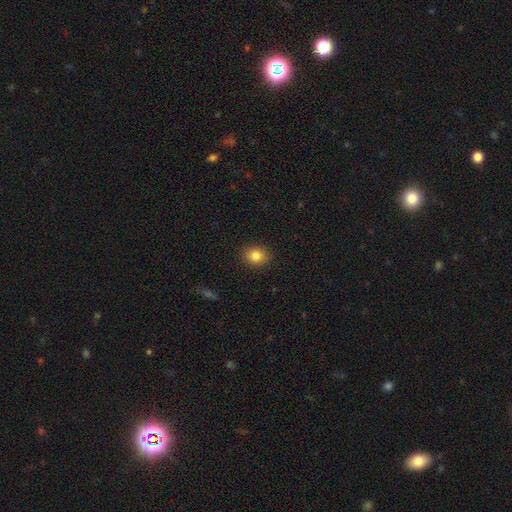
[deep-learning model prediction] Smooth or featured? smooth (84%)
How rounded? round (64%)
Merging? none (90%)